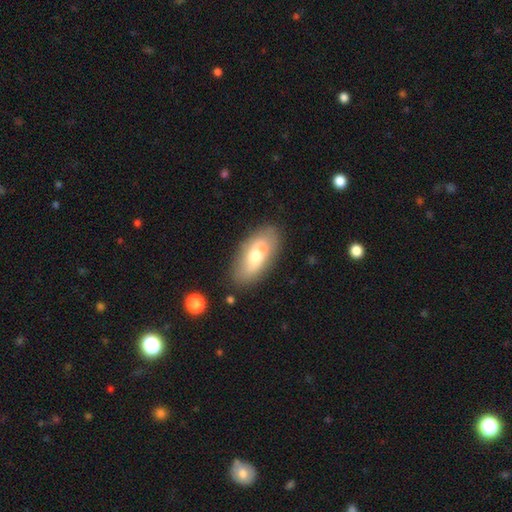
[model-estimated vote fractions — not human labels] Overall: smooth (61%; featured or disk 31%). How rounded: in between (87%). Merging: none (56%; merger 27%).